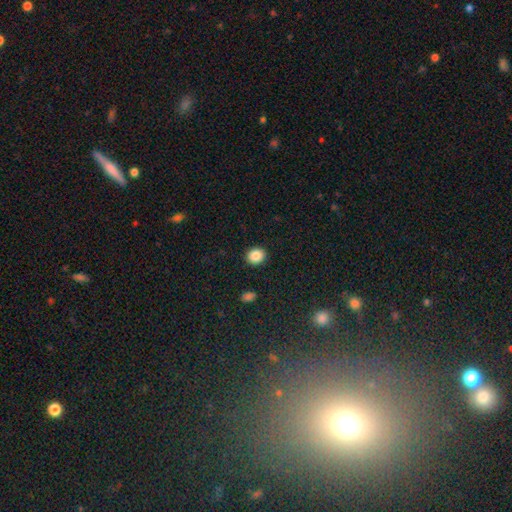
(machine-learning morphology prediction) This is clearly a smooth galaxy (87%). How rounded: likely round (76%). Merging: clearly none (91%).